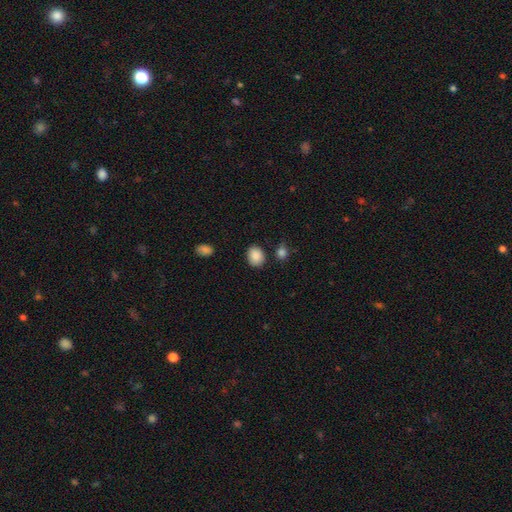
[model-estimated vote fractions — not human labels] smooth-or-featured: smooth: 88% | star or artifact: 8% | featured or disk: 4%
  how-rounded: in between: 57% | round: 42% | cigar-shaped: 1%
  merging: none: 81% | minor disturbance: 12% | merger: 4% | major disturbance: 3%